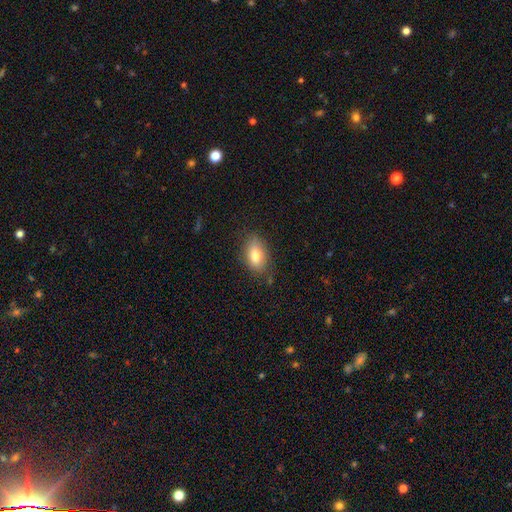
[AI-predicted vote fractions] This appears to be a smooth galaxy with no disk features (79%) that is in between round and cigar-shaped (88%). Merging: none (77%).